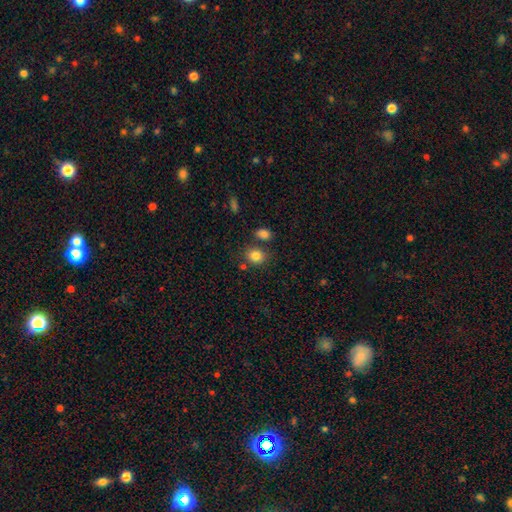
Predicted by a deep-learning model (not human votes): Morphology: type=smooth (84%); roundness=round (68%); merging=none (71%).